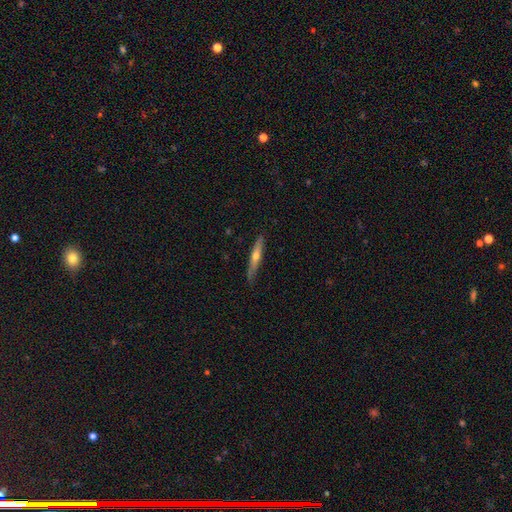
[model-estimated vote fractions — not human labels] This appears to be a featured or disk galaxy (53%) viewed edge-on (92%). Merging: none (77%).